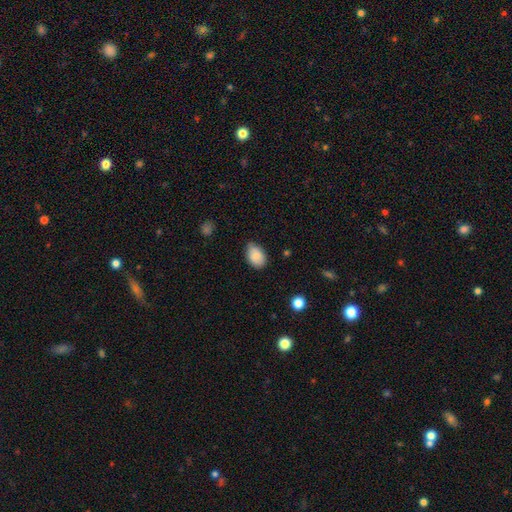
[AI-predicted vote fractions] smooth-or-featured: smooth: 85% | featured or disk: 8% | star or artifact: 8%
  how-rounded: in between: 86% | round: 13% | cigar-shaped: 1%
  merging: none: 62% | minor disturbance: 32% | major disturbance: 5% | merger: 2%